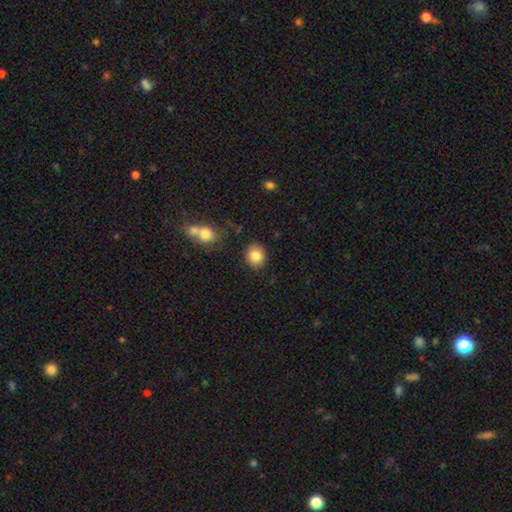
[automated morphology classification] Q: Smooth or featured?
A: smooth (83%); runner-up: star or artifact (9%)
Q: How rounded?
A: round (76%); runner-up: in between (23%)
Q: Merging?
A: none (87%); runner-up: minor disturbance (7%)